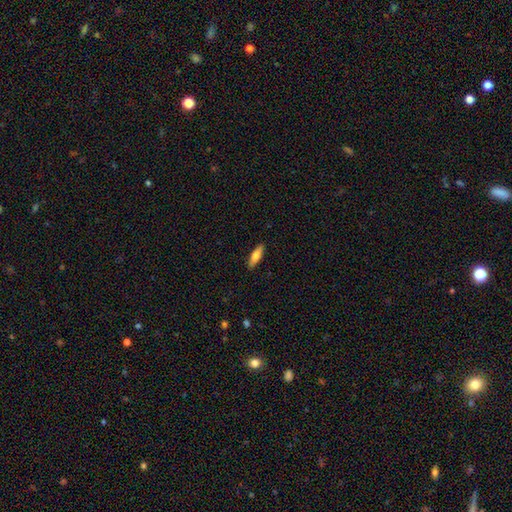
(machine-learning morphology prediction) Overall: smooth (71%). How rounded: cigar-shaped (53%; in between 45%). Merging: none (89%).